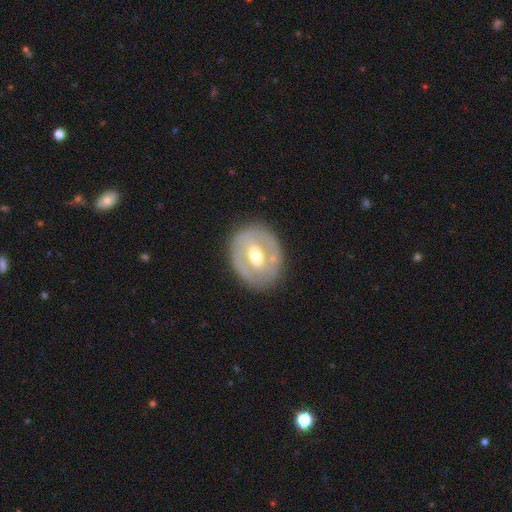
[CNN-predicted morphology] smooth_or_featured: featured or disk (p=0.63) [alt: smooth p=0.31]
disk_edge_on: no (p=0.94) [alt: yes p=0.06]
bar: weak (p=0.40) [alt: no p=0.34]
has_spiral_arms: no (p=0.67) [alt: yes p=0.33]
bulge_size: moderate (p=0.72) [alt: small p=0.17]
merging: none (p=0.78) [alt: minor disturbance p=0.14]